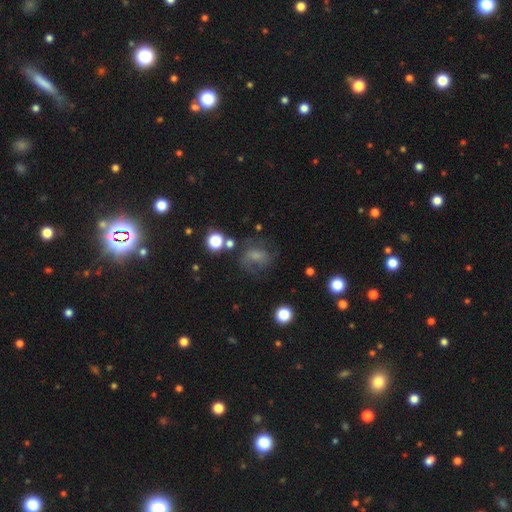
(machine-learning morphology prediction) Smooth or featured: smooth — 47% (featured or disk — 35%)
Merging: none — 49% (major disturbance — 23%)